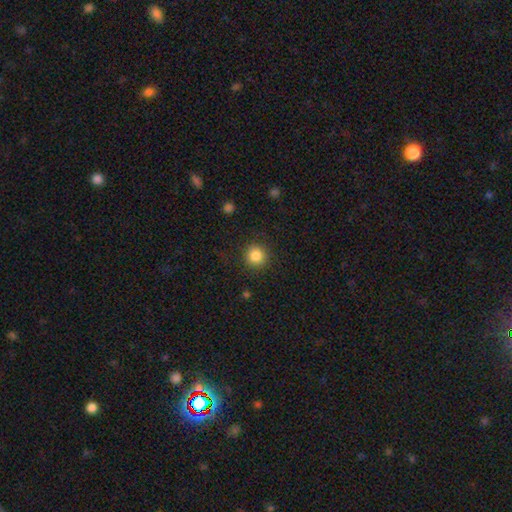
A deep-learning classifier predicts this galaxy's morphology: Smooth or featured?
  - smooth: 85% *
  - star or artifact: 10%
  - featured or disk: 5%
How rounded?
  - round: 94% *
  - in between: 5%
  - cigar-shaped: 1%
Merging?
  - none: 90% *
  - minor disturbance: 7%
  - major disturbance: 3%
  - merger: 1%